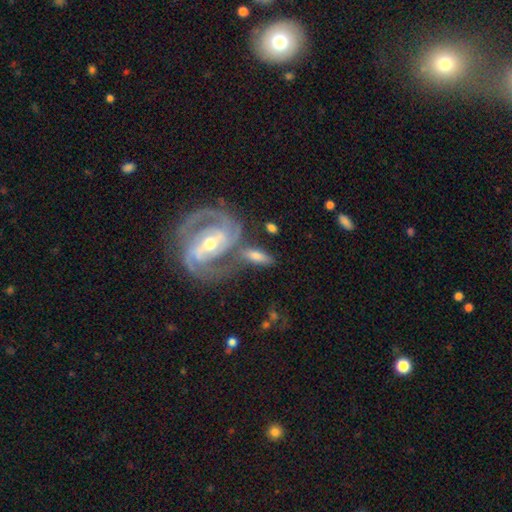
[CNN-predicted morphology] The model was most divided on "bar": weak: 39%, strong: 37%, no: 25%. More confident: spiral arms — yes (89%); edge-on disk — no (87%); smooth or featured — featured or disk (64%); bulge size — moderate (62%); merging — none (51%).